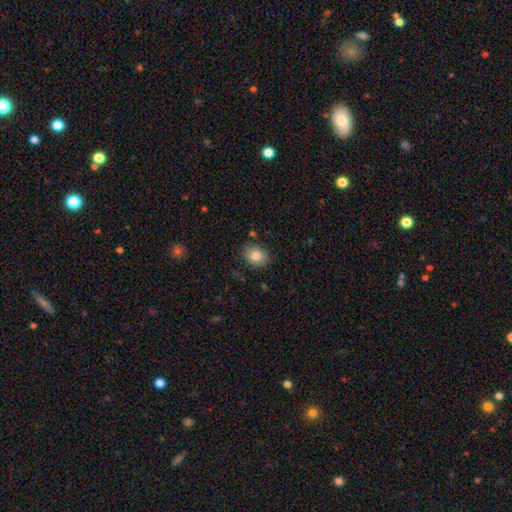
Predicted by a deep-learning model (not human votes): smooth 81%, featured or disk 10%, star or artifact 9%. Down the decision tree: how rounded — round (52%); merging — none (84%).